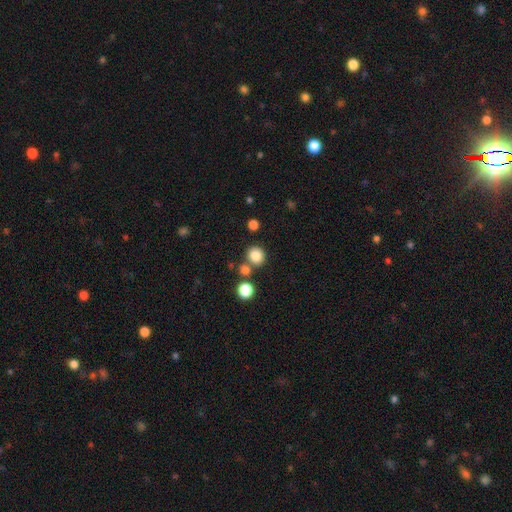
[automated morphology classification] Smooth or featured: smooth — 83% (star or artifact — 12%)
How rounded: round — 86% (in between — 13%)
Merging: none — 75% (merger — 14%)